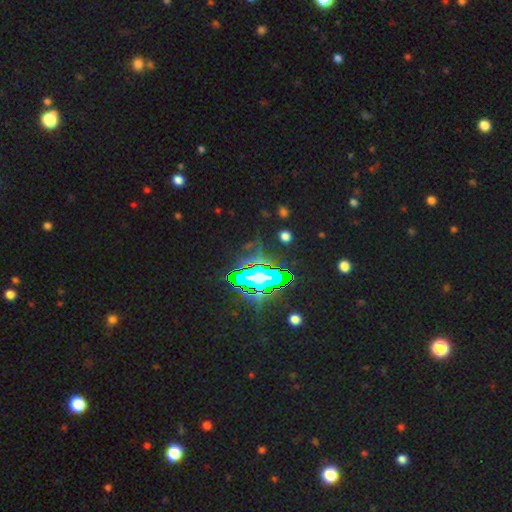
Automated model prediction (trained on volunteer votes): A star or artifact, not a galaxy (82%).

Vote fractions:
- Smooth or featured? star or artifact: 82% / smooth: 10% / featured or disk: 8%